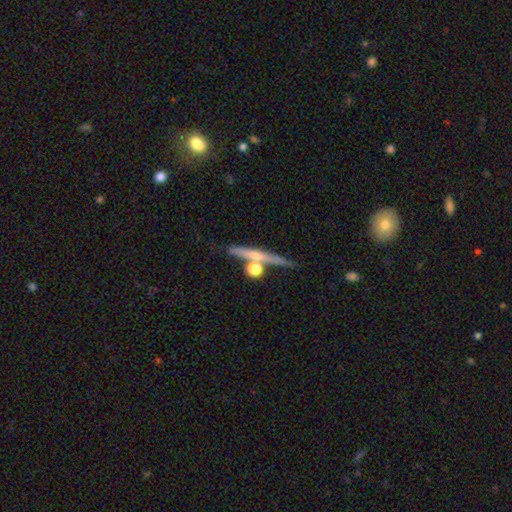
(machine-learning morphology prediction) The model was most divided on "smooth or featured": featured or disk: 61%, smooth: 31%, star or artifact: 9%. More confident: edge-on disk — yes (94%); merging — none (72%); edge-on bulge — rounded (67%).